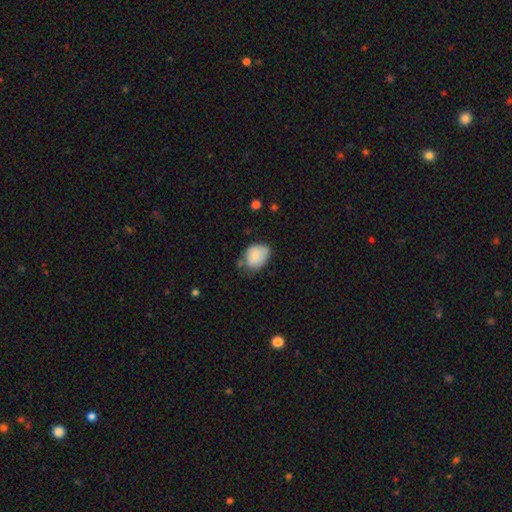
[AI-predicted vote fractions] A smooth galaxy with no disk features (83%) that is in between round and cigar-shaped (69%). Merging: none (50%).